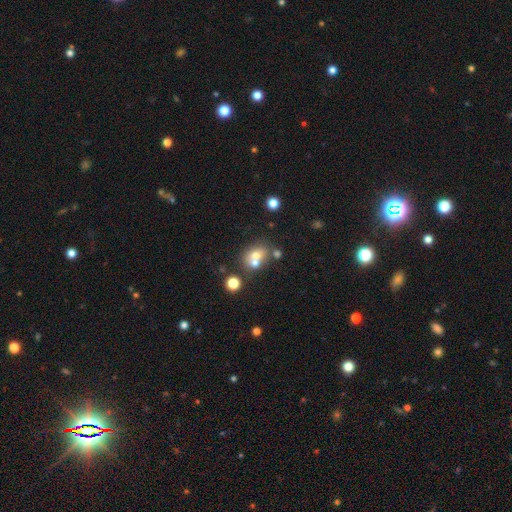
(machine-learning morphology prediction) A smooth galaxy with no disk features (65%) that is round (54%).

Vote fractions:
- Smooth or featured? smooth: 65% / featured or disk: 21% / star or artifact: 14%
- How rounded? round: 54% / in between: 45% / cigar-shaped: 1%
- Merging? merger: 44% / none: 42% / minor disturbance: 10% / major disturbance: 4%